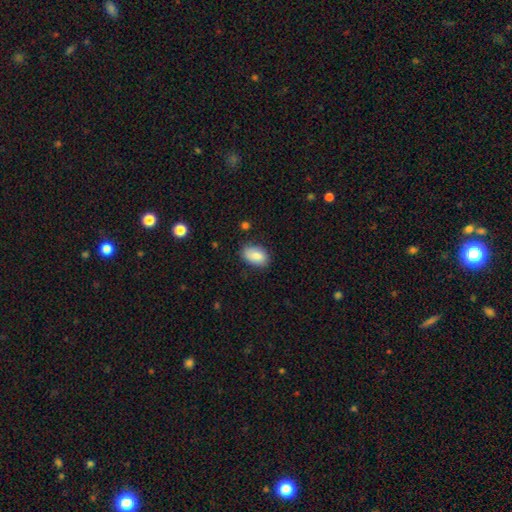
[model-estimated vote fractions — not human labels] A smooth galaxy with no disk features (85%) that is in between round and cigar-shaped (90%).

Vote fractions:
- Smooth or featured? smooth: 85% / featured or disk: 8% / star or artifact: 7%
- How rounded? in between: 90% / round: 8% / cigar-shaped: 1%
- Merging? none: 78% / minor disturbance: 17% / major disturbance: 3% / merger: 2%